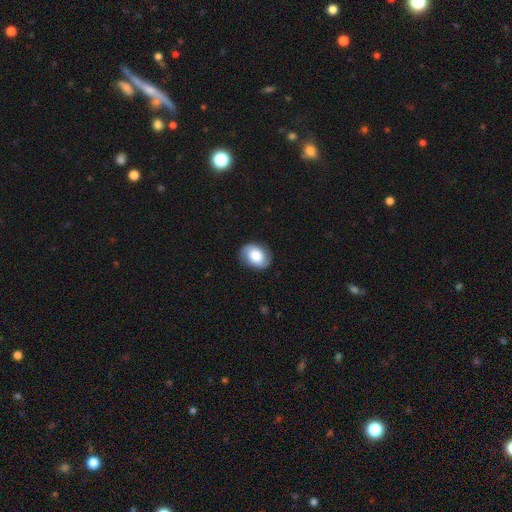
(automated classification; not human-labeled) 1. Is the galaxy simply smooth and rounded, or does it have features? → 52% smooth, 39% featured or disk, 8% star or artifact.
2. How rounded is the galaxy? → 66% in between, 33% round, 1% cigar-shaped.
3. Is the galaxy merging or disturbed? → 82% none, 13% minor disturbance, 4% major disturbance, 1% merger.